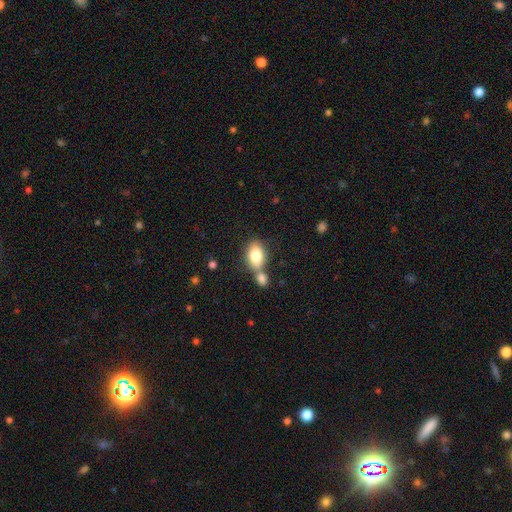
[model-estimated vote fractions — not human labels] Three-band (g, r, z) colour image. It shows a smooth galaxy with no disk features (81%) that is in between round and cigar-shaped (84%). Merging: none (48%).